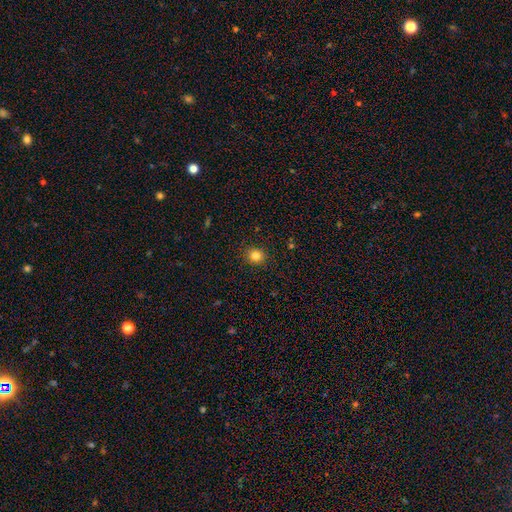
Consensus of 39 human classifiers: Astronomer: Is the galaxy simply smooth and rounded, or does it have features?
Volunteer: smooth — 87%.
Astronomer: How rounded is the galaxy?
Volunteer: round — 94%.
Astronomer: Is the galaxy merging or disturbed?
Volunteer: none — 97%.